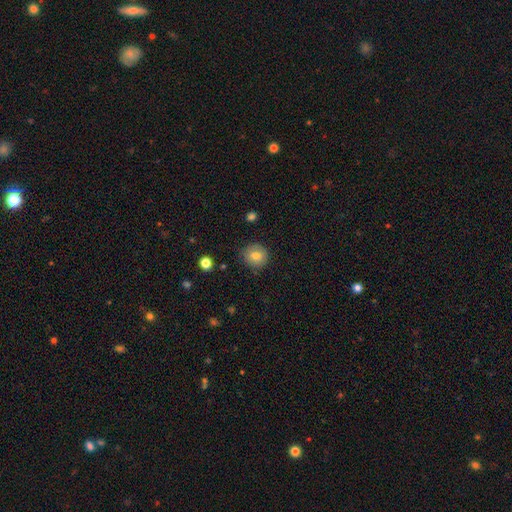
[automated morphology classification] Overall: smooth (78%). How rounded: round (92%). Merging: none (86%).